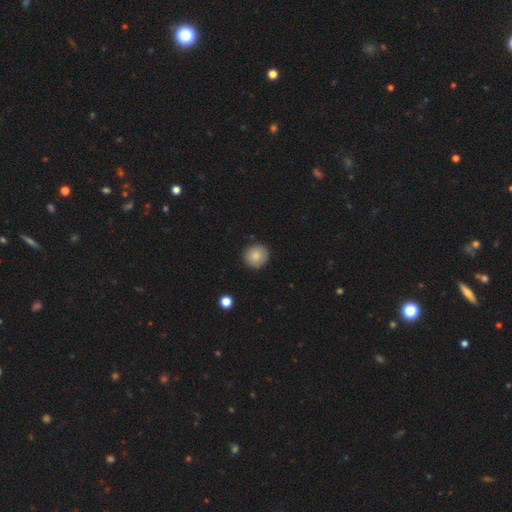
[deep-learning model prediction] Morphology: type=smooth (85%); roundness=round (93%); merging=none (89%).